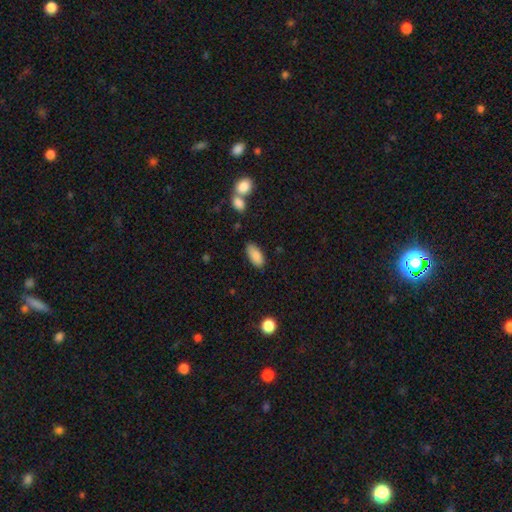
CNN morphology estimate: smooth-or-featured: smooth: 88% | star or artifact: 7% | featured or disk: 5%
  how-rounded: in between: 89% | cigar-shaped: 9% | round: 2%
  merging: none: 79% | minor disturbance: 14% | merger: 4% | major disturbance: 3%